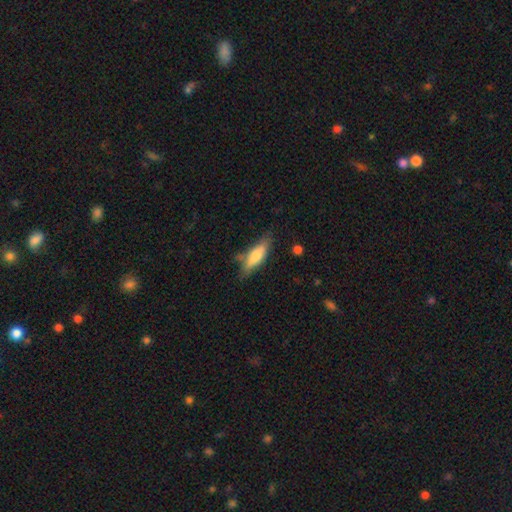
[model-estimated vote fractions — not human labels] smooth 65%, featured or disk 29%, star or artifact 6%. Down the decision tree: how rounded — cigar-shaped (50%); merging — none (64%).